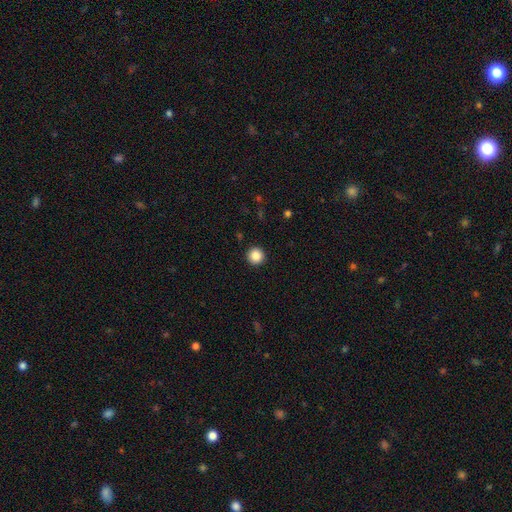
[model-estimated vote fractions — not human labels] Smooth or featured: smooth — 86% (star or artifact — 10%)
How rounded: round — 96% (in between — 3%)
Merging: none — 93% (minor disturbance — 4%)